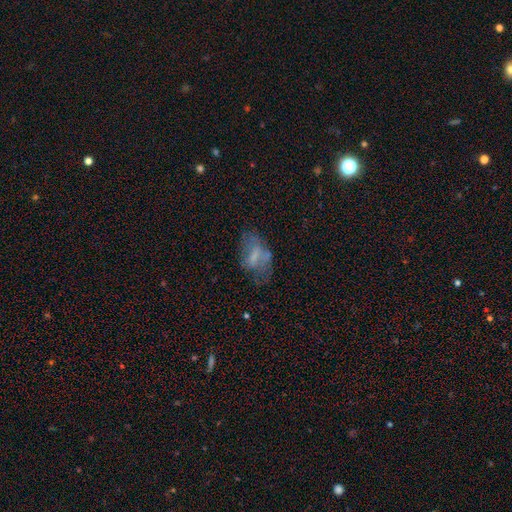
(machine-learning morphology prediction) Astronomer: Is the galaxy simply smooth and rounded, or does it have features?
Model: smooth — 45% (runner-up: featured or disk, 44%).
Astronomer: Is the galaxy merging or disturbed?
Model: none — 40% (runner-up: major disturbance, 30%).